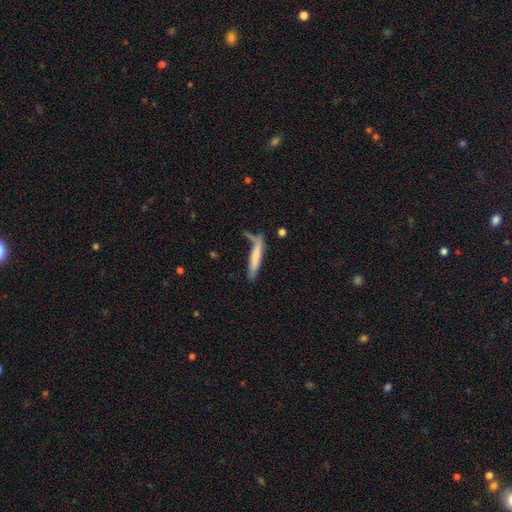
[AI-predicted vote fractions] The model was most divided on "merging": none: 58%, minor disturbance: 21%, merger: 12%, major disturbance: 8%. More confident: how rounded — cigar-shaped (92%); smooth or featured — smooth (66%).